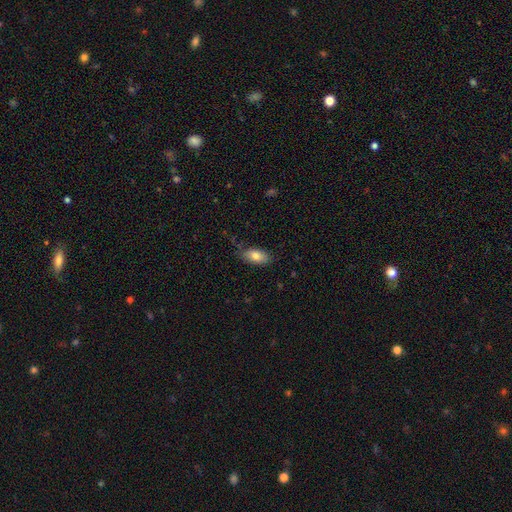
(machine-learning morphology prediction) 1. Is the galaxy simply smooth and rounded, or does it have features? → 81% smooth, 12% featured or disk, 7% star or artifact.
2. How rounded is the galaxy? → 90% in between, 7% cigar-shaped, 3% round.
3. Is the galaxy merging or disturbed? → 76% none, 19% minor disturbance, 4% major disturbance, 1% merger.